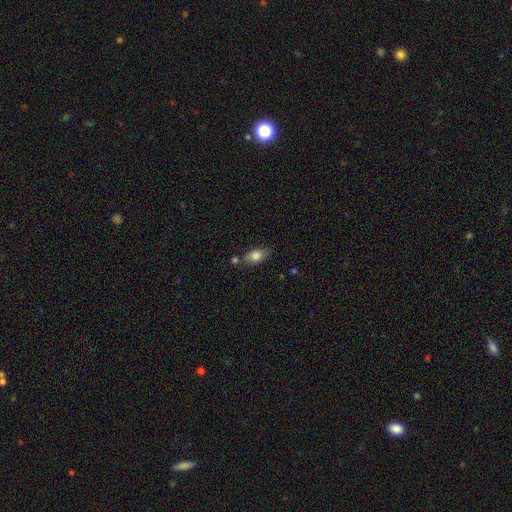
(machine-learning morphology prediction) smooth-or-featured: smooth: 78% | featured or disk: 15% | star or artifact: 8%
  how-rounded: in between: 84% | cigar-shaped: 8% | round: 7%
  merging: none: 68% | minor disturbance: 17% | merger: 11% | major disturbance: 4%